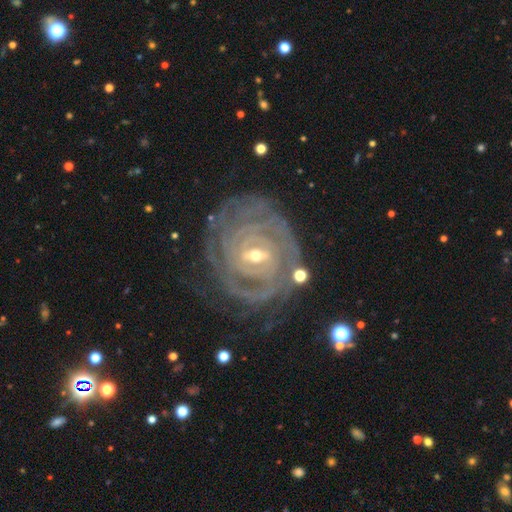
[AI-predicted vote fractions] Smooth or featured?
  - featured or disk: 91% *
  - star or artifact: 5%
  - smooth: 4%
Edge-on disk?
  - no: 97% *
  - yes: 3%
Bar?
  - weak: 50% *
  - strong: 33%
  - no: 17%
Spiral arms?
  - yes: 97% *
  - no: 3%
Spiral winding?
  - tight: 83% *
  - medium: 14%
  - loose: 3%
Spiral arm count?
  - can't tell: 27% *
  - 4: 22%
  - 3: 18%
  - 2: 15%
  - more than 4: 12%
  - 1: 7%
Bulge size?
  - small: 60% *
  - moderate: 37%
  - large: 2%
  - none: 1%
  - dominant: 1%
Merging?
  - none: 71% *
  - minor disturbance: 18%
  - major disturbance: 9%
  - merger: 3%